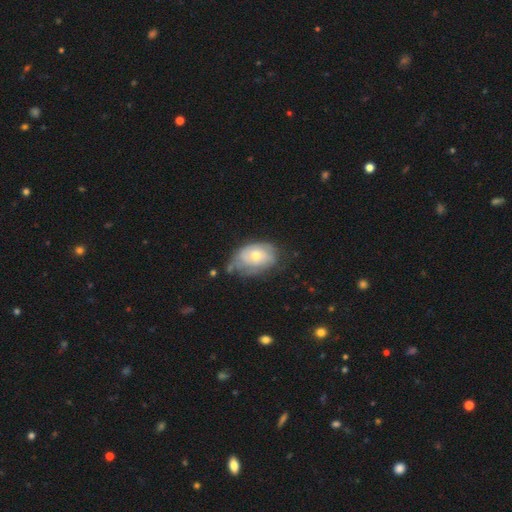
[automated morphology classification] This is possibly a featured or disk galaxy (52%). It is clearly not viewed edge-on (95%). Merging: marginally none (42%).